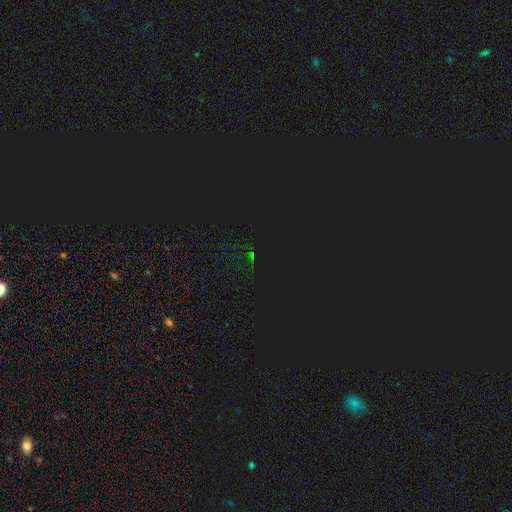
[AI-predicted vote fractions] A star or artifact, not a galaxy (83%).